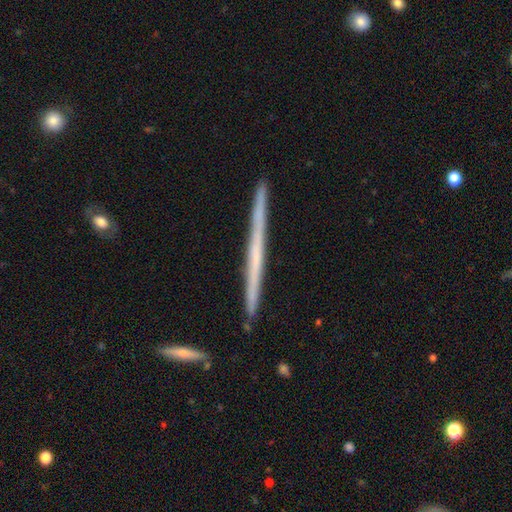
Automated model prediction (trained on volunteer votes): Smooth or featured: featured or disk — 61% (smooth — 33%)
Edge-on disk: yes — 98% (no — 2%)
Edge-on bulge: none — 87% (rounded — 10%)
Merging: none — 91% (minor disturbance — 6%)